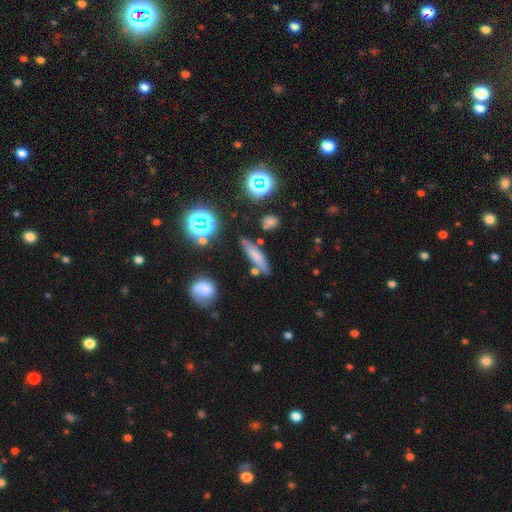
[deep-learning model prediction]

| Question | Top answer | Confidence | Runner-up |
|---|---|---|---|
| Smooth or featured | smooth | 64% | featured or disk (22%) |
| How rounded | cigar-shaped | 71% | in between (25%) |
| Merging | none | 72% | minor disturbance (15%) |